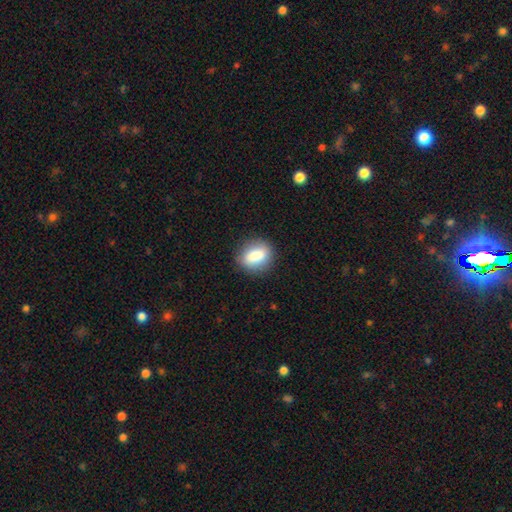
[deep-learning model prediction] smooth-or-featured: smooth: 83% | featured or disk: 9% | star or artifact: 8%
  how-rounded: in between: 61% | round: 36% | cigar-shaped: 3%
  merging: none: 83% | minor disturbance: 12% | major disturbance: 3% | merger: 1%